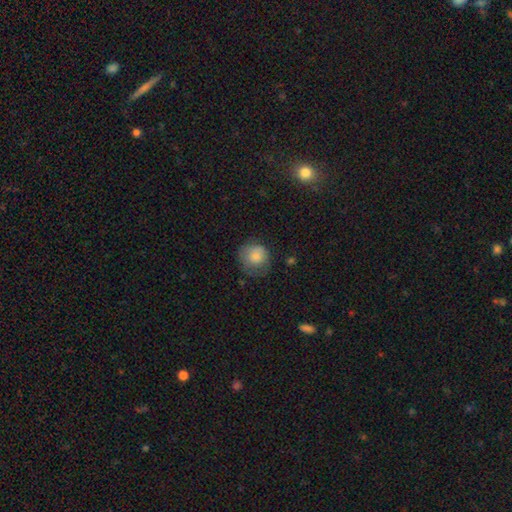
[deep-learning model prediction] Smooth or featured: smooth — 81% (featured or disk — 11%)
How rounded: round — 86% (in between — 13%)
Merging: none — 59% (minor disturbance — 27%)